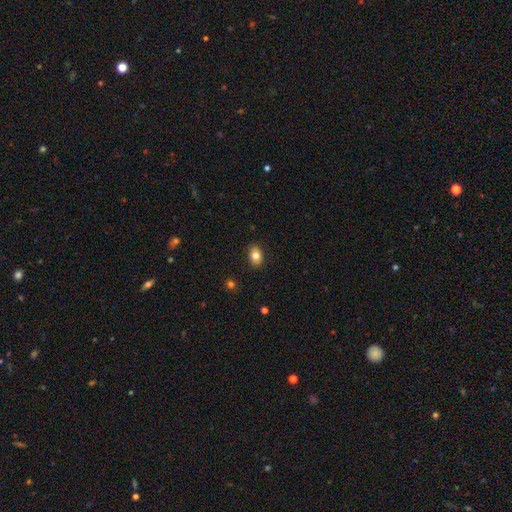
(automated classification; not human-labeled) This is clearly a smooth galaxy (81%). How rounded: likely in between (78%). Merging: clearly none (89%).